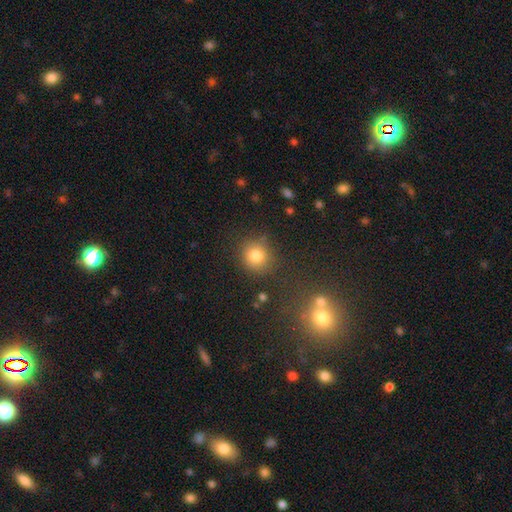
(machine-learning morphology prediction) A smooth galaxy with no disk features (80%) that is round (86%).

Vote fractions:
- Smooth or featured? smooth: 80% / star or artifact: 13% / featured or disk: 7%
- How rounded? round: 86% / in between: 13% / cigar-shaped: 1%
- Merging? none: 79% / minor disturbance: 12% / major disturbance: 5% / merger: 5%